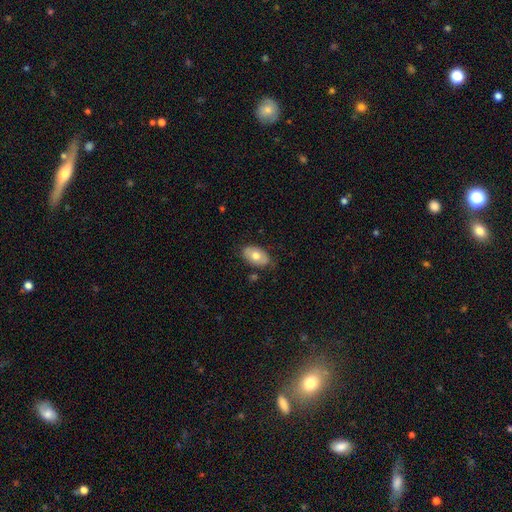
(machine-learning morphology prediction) A smooth galaxy with no disk features (68%) that is in between round and cigar-shaped (91%). Merging: none (76%).